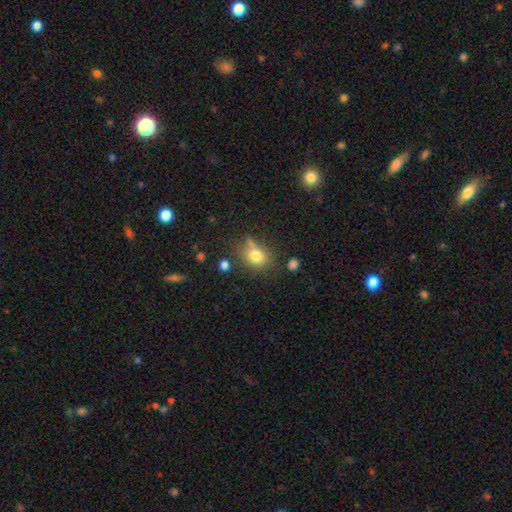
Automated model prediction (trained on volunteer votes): Smooth or featured? smooth (76%)
How rounded? round (55%)
Merging? none (59%)